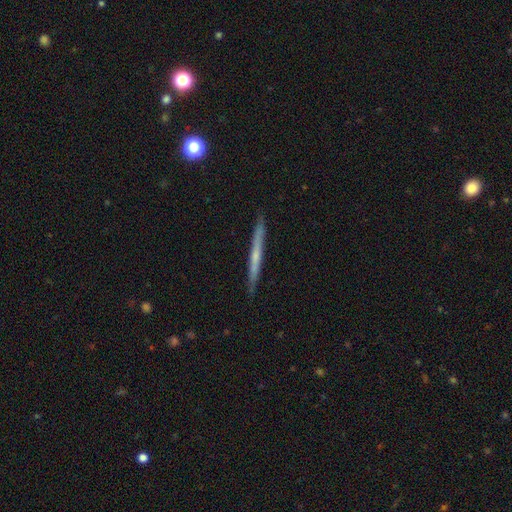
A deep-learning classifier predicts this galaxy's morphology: featured or disk 54%, smooth 40%, star or artifact 6%. Down the decision tree: edge-on disk — yes (96%); edge-on bulge — none (70%); merging — none (90%).